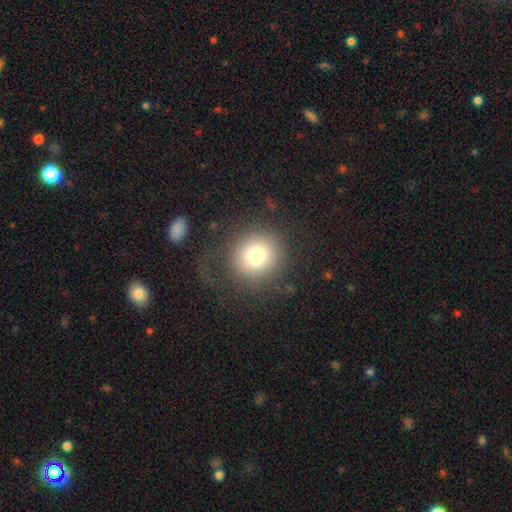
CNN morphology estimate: type=smooth (75%); roundness=round (91%); merging=none (70%).